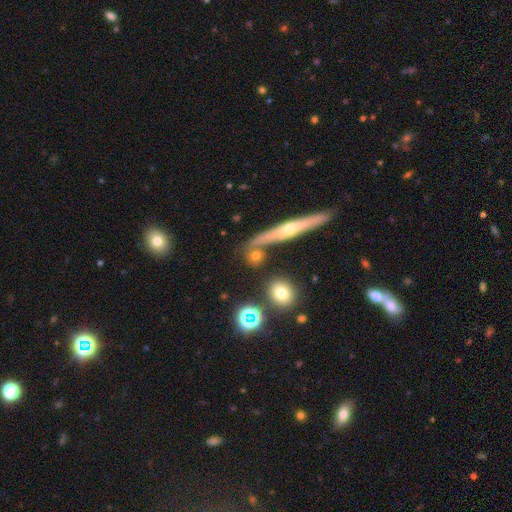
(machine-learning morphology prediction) smooth_or_featured: smooth (p=0.67) [alt: featured or disk p=0.20]
how_rounded: round (p=0.72) [alt: in between p=0.15]
merging: none (p=0.75) [alt: merger p=0.12]